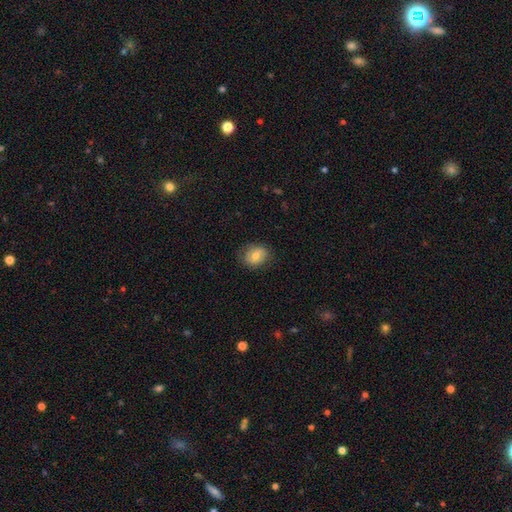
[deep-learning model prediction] Smooth or featured? smooth (68%)
How rounded? round (50%)
Merging? none (79%)